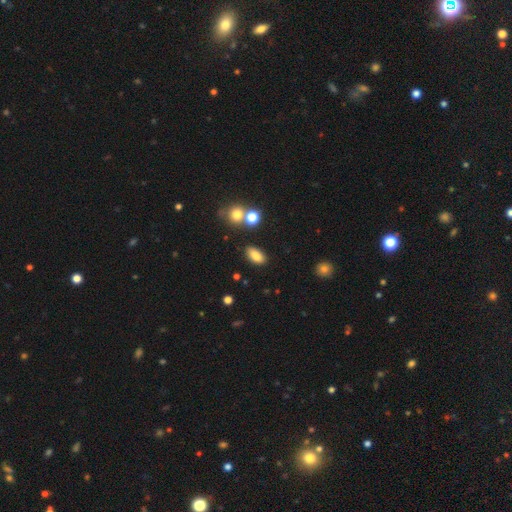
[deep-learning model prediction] A smooth galaxy with no disk features (83%) that is in between round and cigar-shaped (89%).

Vote fractions:
- Smooth or featured? smooth: 83% / star or artifact: 10% / featured or disk: 6%
- How rounded? in between: 89% / round: 6% / cigar-shaped: 5%
- Merging? none: 81% / minor disturbance: 11% / merger: 5% / major disturbance: 3%